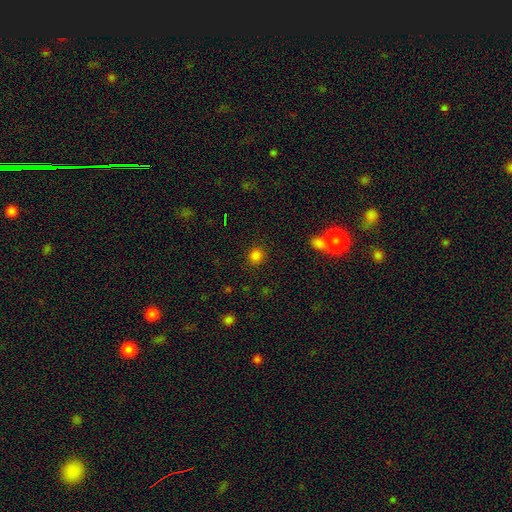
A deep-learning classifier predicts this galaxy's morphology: A smooth galaxy with no disk features (80%) that is round (83%). Merging: none (87%).